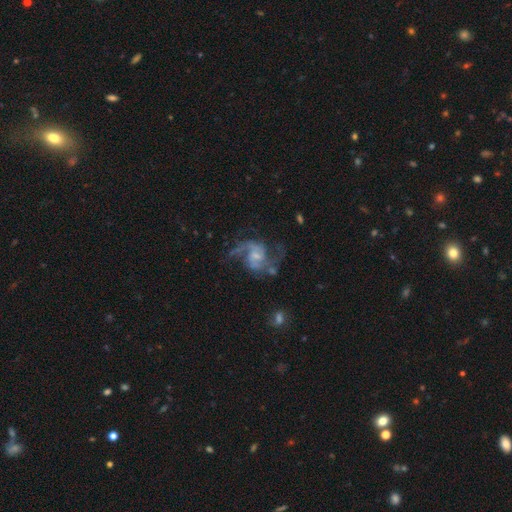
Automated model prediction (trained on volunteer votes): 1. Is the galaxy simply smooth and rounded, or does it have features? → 88% featured or disk, 6% star or artifact, 6% smooth.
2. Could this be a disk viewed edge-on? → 98% no, 2% yes.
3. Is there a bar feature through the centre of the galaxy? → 47% weak, 43% no, 10% strong.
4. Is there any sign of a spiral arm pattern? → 96% yes, 4% no.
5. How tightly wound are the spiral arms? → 51% medium, 39% loose, 10% tight.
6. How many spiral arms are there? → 87% 2, 4% 3, 4% can't tell, 2% 1, 2% 4, 2% more than 4.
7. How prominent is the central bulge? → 50% small, 27% moderate, 18% none, 4% large, 1% dominant.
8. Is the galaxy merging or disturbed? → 59% none, 19% major disturbance, 18% minor disturbance, 4% merger.